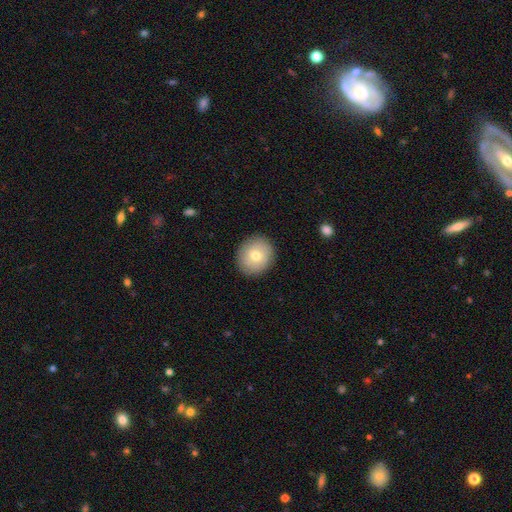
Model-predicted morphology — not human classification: A smooth galaxy with no disk features (75%) that is round (83%).

Vote fractions:
- Smooth or featured? smooth: 75% / featured or disk: 17% / star or artifact: 8%
- How rounded? round: 83% / in between: 16% / cigar-shaped: 1%
- Merging? none: 90% / minor disturbance: 7% / major disturbance: 2% / merger: 1%